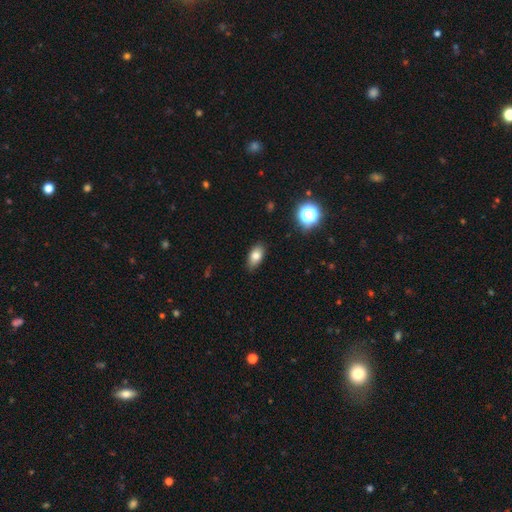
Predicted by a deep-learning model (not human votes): Overall: smooth (80%). How rounded: in between (88%). Merging: none (84%).